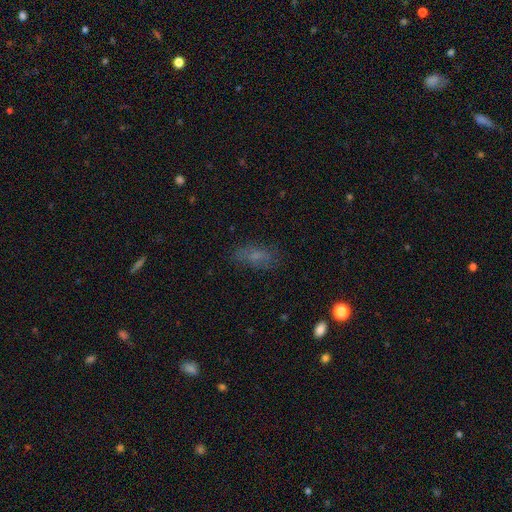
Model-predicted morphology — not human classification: Q: Smooth or featured?
A: smooth (62%); runner-up: featured or disk (22%)
Q: How rounded?
A: in between (78%); runner-up: cigar-shaped (16%)
Q: Merging?
A: none (74%); runner-up: minor disturbance (17%)